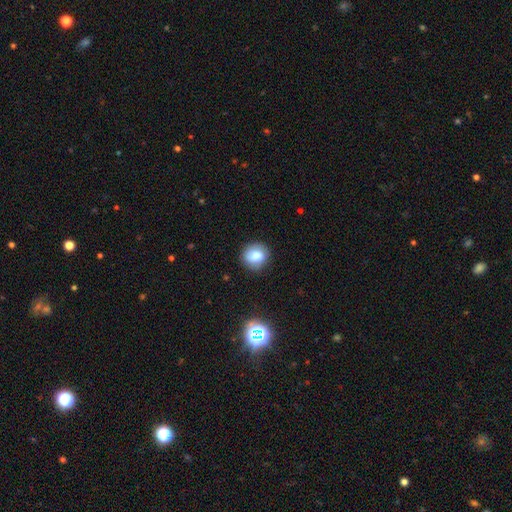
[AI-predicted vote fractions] Overall: smooth (76%). How rounded: round (77%). Merging: none (84%).